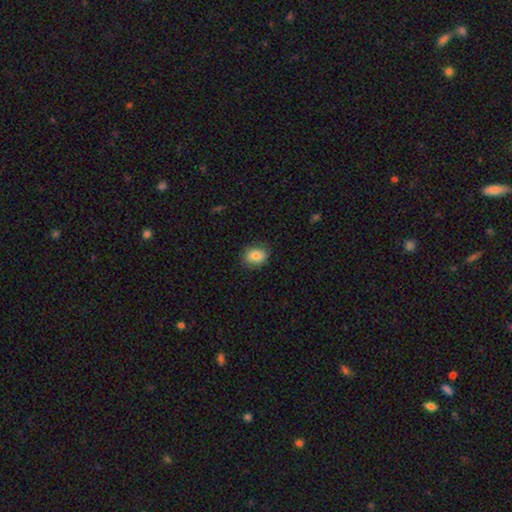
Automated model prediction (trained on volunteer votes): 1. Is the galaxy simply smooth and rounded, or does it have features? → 83% smooth, 9% featured or disk, 9% star or artifact.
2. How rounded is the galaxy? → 51% in between, 48% round, 1% cigar-shaped.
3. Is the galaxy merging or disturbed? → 80% none, 15% minor disturbance, 3% major disturbance, 1% merger.